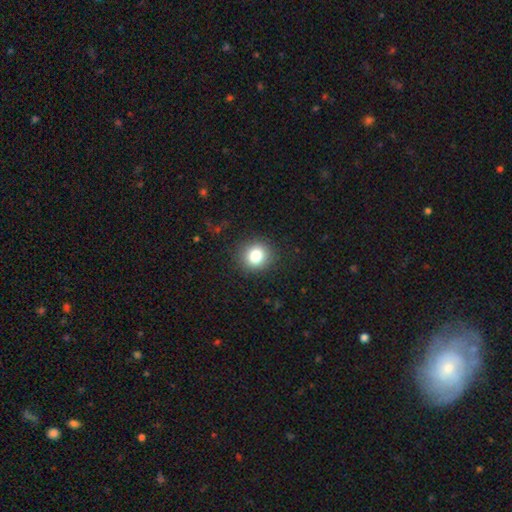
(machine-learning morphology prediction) Smooth or featured? smooth (81%)
How rounded? round (87%)
Merging? none (90%)